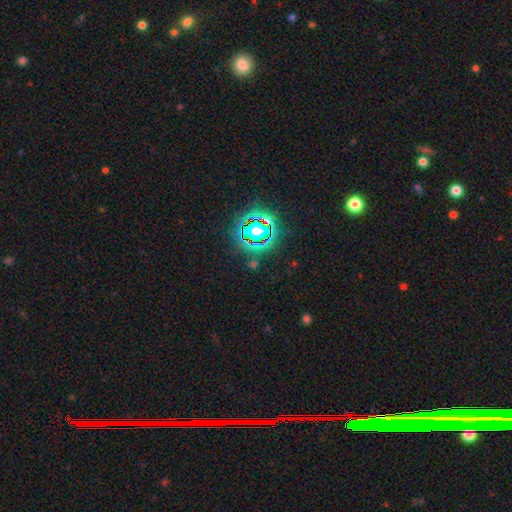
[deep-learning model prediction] Smooth or featured?
  - star or artifact: 83% *
  - smooth: 10%
  - featured or disk: 7%